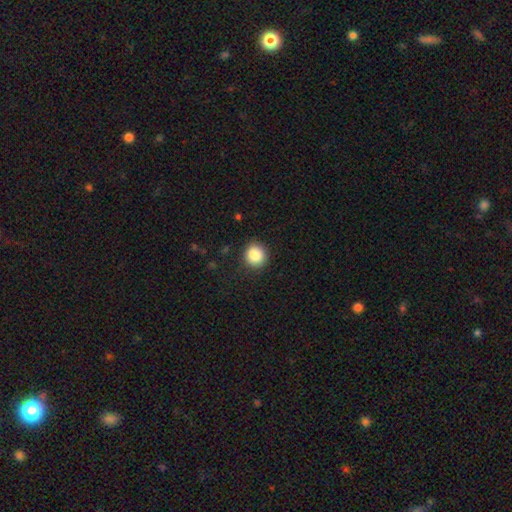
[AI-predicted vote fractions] Smooth or featured? Predicted: smooth (p=0.87). How rounded? Predicted: round (p=0.87). Merging? Predicted: none (p=0.87).